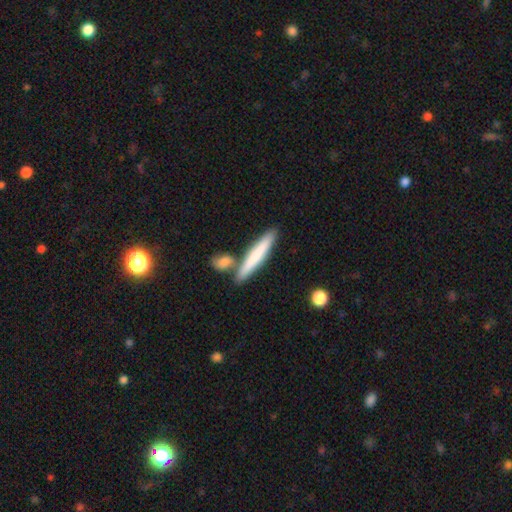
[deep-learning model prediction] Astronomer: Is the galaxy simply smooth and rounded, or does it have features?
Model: smooth — 67%.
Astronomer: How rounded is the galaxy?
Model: cigar-shaped — 92%.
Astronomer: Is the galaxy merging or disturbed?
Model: none — 71%.